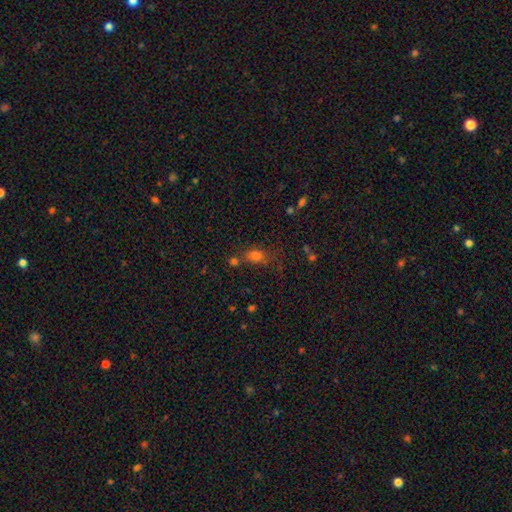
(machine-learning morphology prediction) Smooth or featured?
  - smooth: 74% *
  - star or artifact: 18%
  - featured or disk: 9%
How rounded?
  - in between: 53% *
  - round: 43%
  - cigar-shaped: 4%
Merging?
  - none: 56% *
  - merger: 20%
  - minor disturbance: 16%
  - major disturbance: 8%